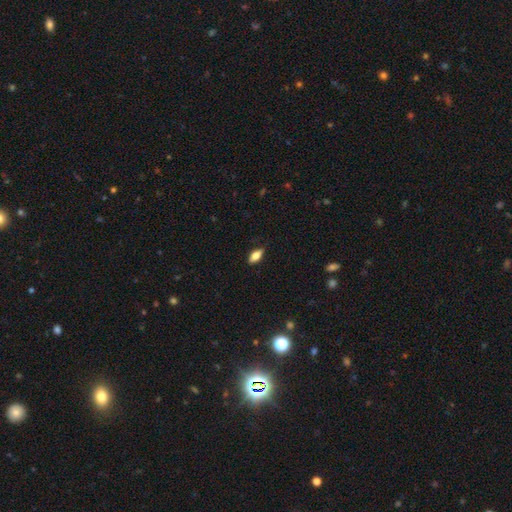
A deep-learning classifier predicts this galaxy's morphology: Overall: smooth (72%). How rounded: in between (83%). Merging: none (85%).